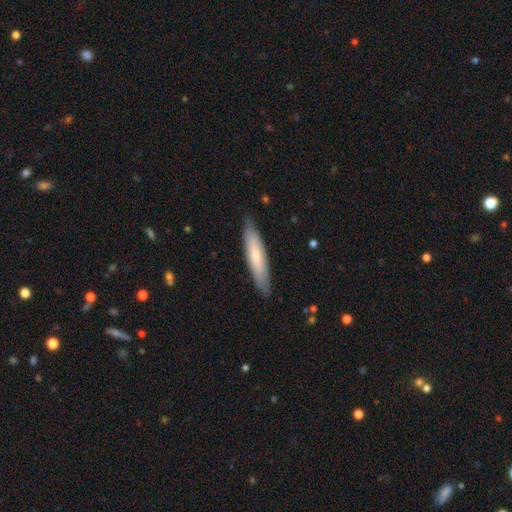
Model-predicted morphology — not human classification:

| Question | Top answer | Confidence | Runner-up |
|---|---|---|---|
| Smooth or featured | smooth | 62% | featured or disk (32%) |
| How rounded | cigar-shaped | 84% | in between (15%) |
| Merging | none | 87% | minor disturbance (11%) |